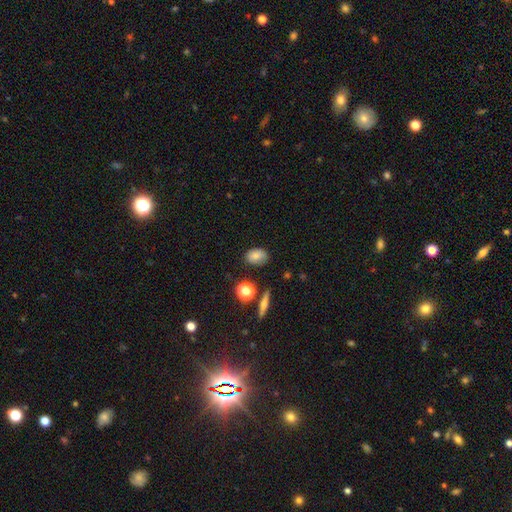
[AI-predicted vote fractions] Smooth or featured? smooth (80%)
How rounded? in between (79%)
Merging? none (77%)